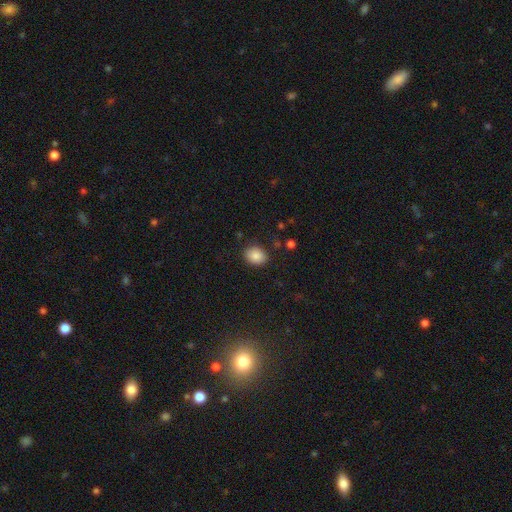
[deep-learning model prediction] smooth-or-featured: smooth: 86% | star or artifact: 9% | featured or disk: 5%
  how-rounded: in between: 51% | round: 48% | cigar-shaped: 1%
  merging: none: 86% | minor disturbance: 10% | major disturbance: 3% | merger: 2%